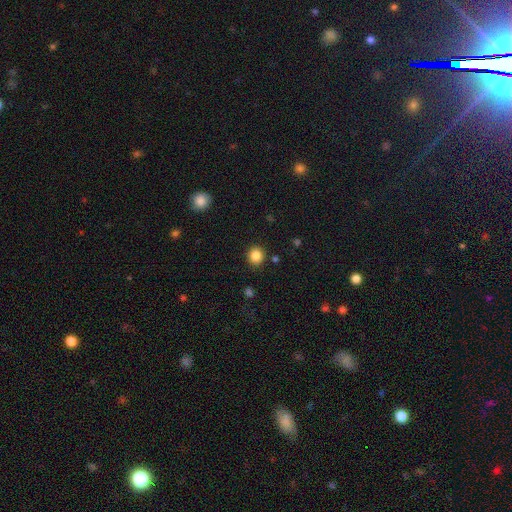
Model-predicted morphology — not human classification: Overall: smooth (86%). How rounded: round (88%). Merging: none (90%).